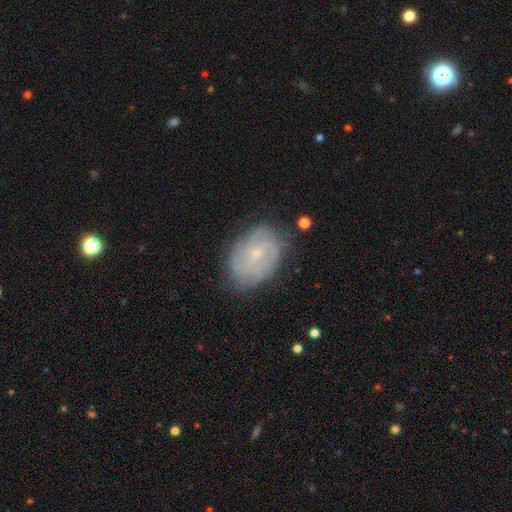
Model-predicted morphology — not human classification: This is likely a featured or disk galaxy (76%). It is clearly not viewed edge-on (97%). Bar: likely no (69%). Spiral arm pattern: clearly yes (93%). Spiral arm count: marginally can't tell (36%). Spiral winding: likely tight (67%). Central bulge: likely small (75%). Merging: likely none (76%).